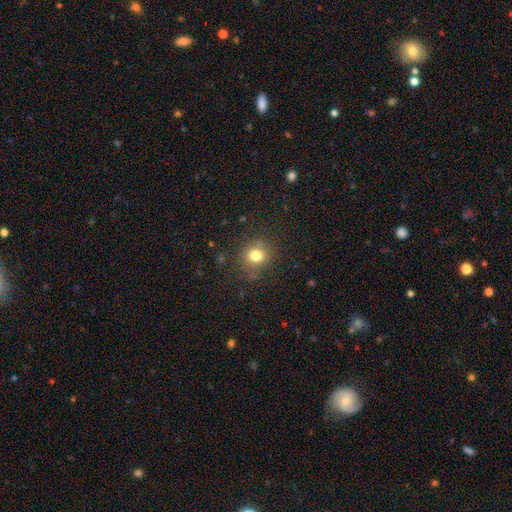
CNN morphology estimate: smooth 78%, star or artifact 15%, featured or disk 8%. Down the decision tree: how rounded — round (82%); merging — none (80%).